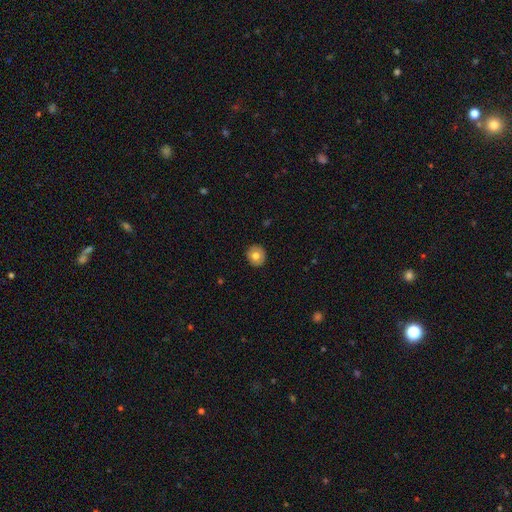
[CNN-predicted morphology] A smooth galaxy with no disk features (74%) that is round (88%). Merging: none (91%).